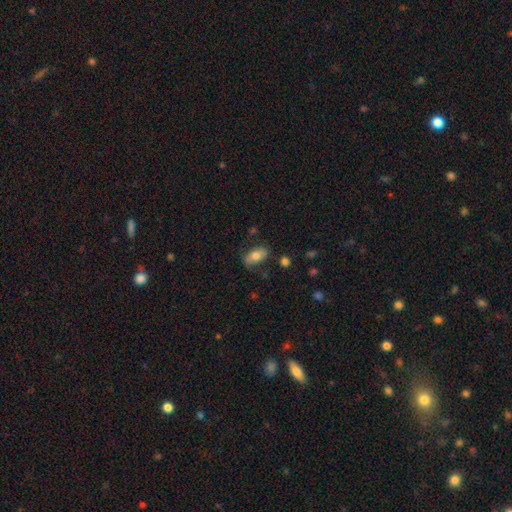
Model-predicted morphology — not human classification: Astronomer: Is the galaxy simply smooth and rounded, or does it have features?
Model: smooth — 72%.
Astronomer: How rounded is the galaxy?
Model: in between — 90%.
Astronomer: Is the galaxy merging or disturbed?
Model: none — 76%.